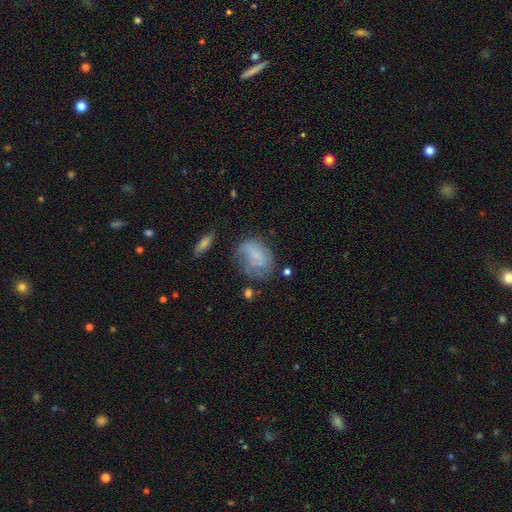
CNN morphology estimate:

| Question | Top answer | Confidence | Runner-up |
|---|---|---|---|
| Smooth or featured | smooth | 55% | featured or disk (34%) |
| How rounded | in between | 70% | round (28%) |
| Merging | none | 43% | minor disturbance (28%) |